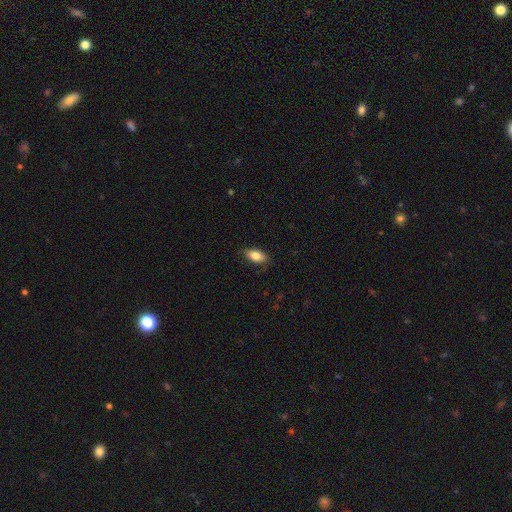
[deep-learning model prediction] Smooth or featured? Predicted: smooth (p=0.81). How rounded? Predicted: in between (p=0.88). Merging? Predicted: none (p=0.83).